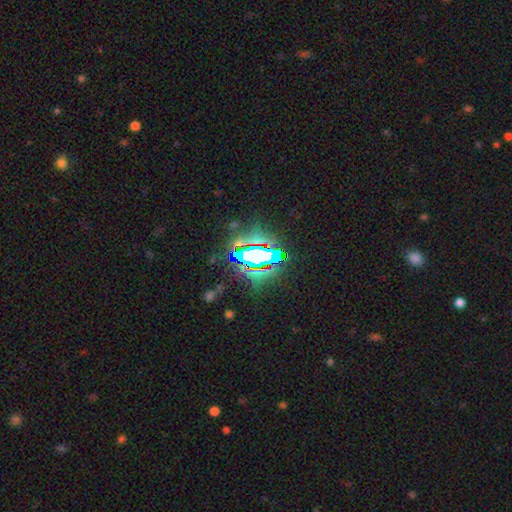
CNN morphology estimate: This is likely a star or artifact rather than a galaxy (69%).